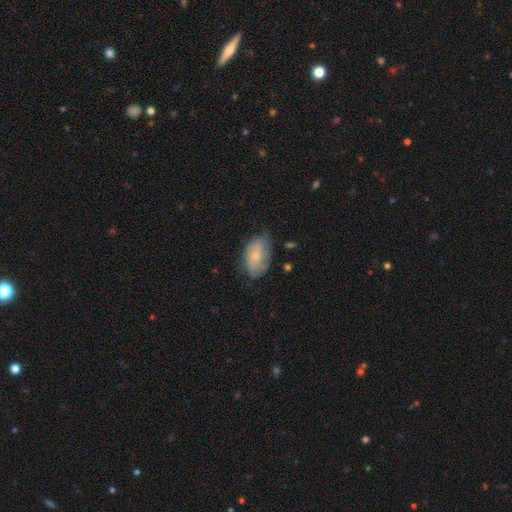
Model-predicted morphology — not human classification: Smooth or featured?
  - smooth: 55% *
  - featured or disk: 38%
  - star or artifact: 7%
How rounded?
  - in between: 91% *
  - round: 7%
  - cigar-shaped: 2%
Merging?
  - none: 60% *
  - minor disturbance: 30%
  - major disturbance: 9%
  - merger: 2%